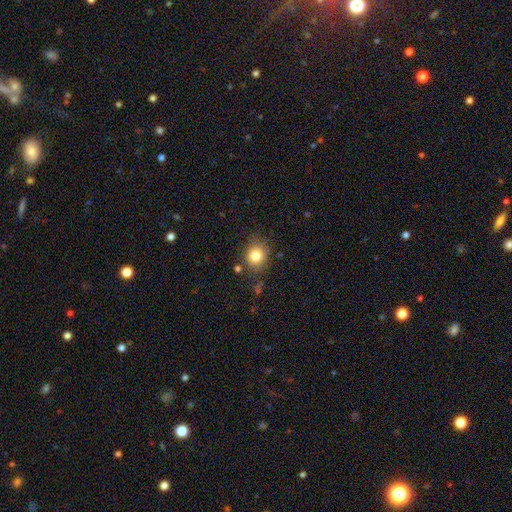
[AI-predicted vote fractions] A smooth galaxy with no disk features (82%) that is round (70%).

Vote fractions:
- Smooth or featured? smooth: 82% / star or artifact: 11% / featured or disk: 7%
- How rounded? round: 70% / in between: 29% / cigar-shaped: 1%
- Merging? none: 79% / minor disturbance: 13% / major disturbance: 4% / merger: 3%